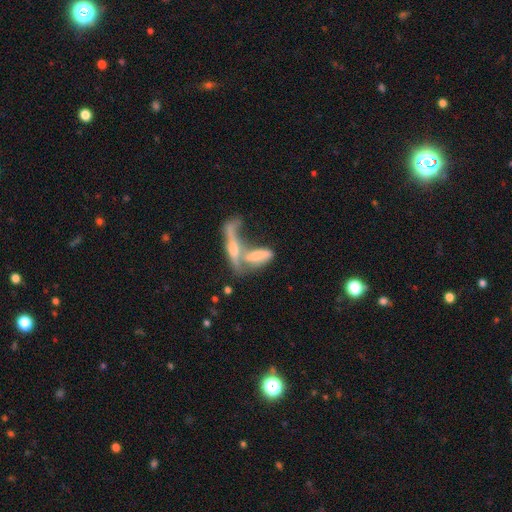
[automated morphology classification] Overall: featured or disk (56%; smooth 33%). Edge-on disk: yes (57%; no 43%). Merging: merger (65%).